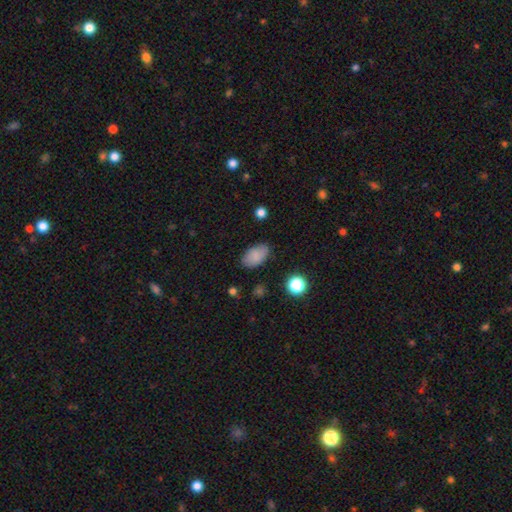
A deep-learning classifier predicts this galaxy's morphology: The model was most divided on "merging": none: 82%, minor disturbance: 13%, major disturbance: 3%, merger: 1%. More confident: how rounded — in between (92%); smooth or featured — smooth (85%).